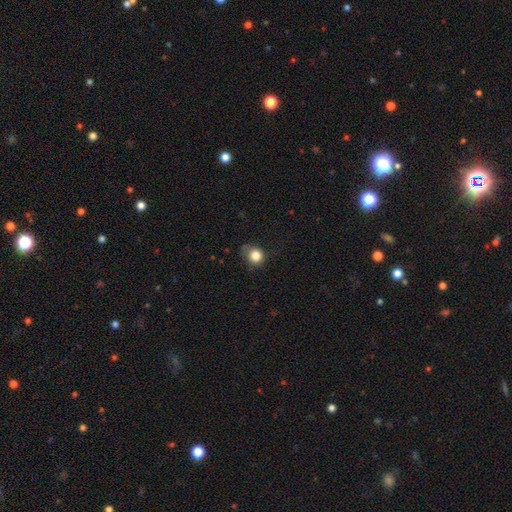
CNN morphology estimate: Smooth or featured? smooth (82%)
How rounded? round (78%)
Merging? none (56%)